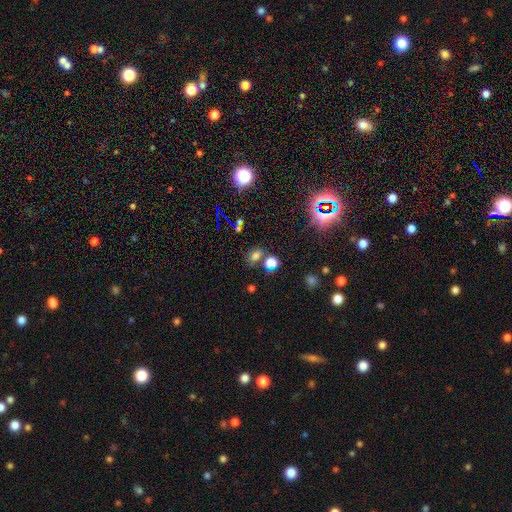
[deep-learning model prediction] Smooth or featured?
  - smooth: 61% *
  - star or artifact: 31%
  - featured or disk: 8%
How rounded?
  - in between: 66% *
  - round: 32%
  - cigar-shaped: 2%
Merging?
  - none: 69% *
  - minor disturbance: 13%
  - merger: 12%
  - major disturbance: 5%